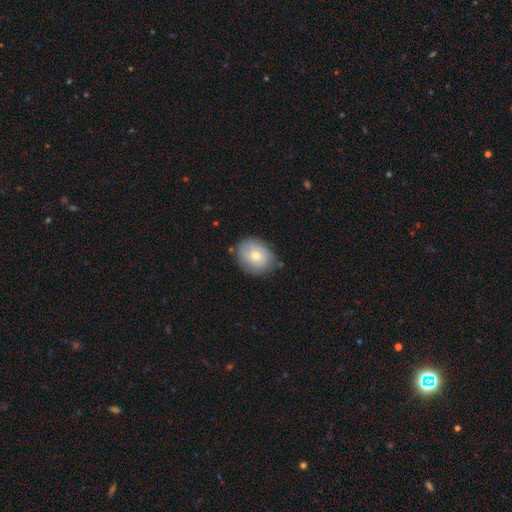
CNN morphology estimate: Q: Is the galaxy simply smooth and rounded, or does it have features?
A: smooth — 69%.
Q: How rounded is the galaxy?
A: round — 54%.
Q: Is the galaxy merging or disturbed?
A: none — 75%.